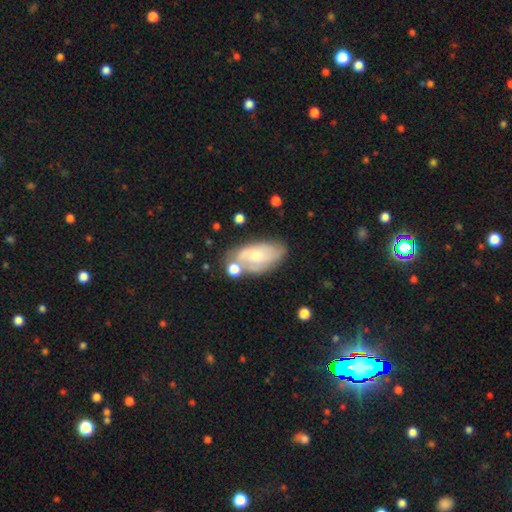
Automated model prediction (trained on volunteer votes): Smooth or featured? Predicted: smooth (p=0.49). Merging? Predicted: none (p=0.46).